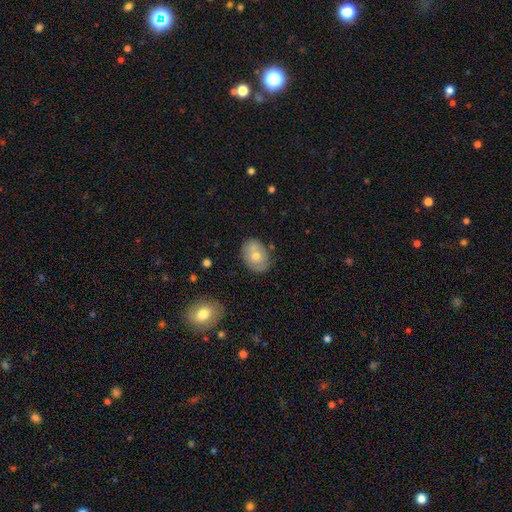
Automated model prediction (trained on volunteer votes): Q: Smooth or featured?
A: smooth (66%); runner-up: featured or disk (25%)
Q: How rounded?
A: in between (78%); runner-up: round (20%)
Q: Merging?
A: none (79%); runner-up: minor disturbance (14%)